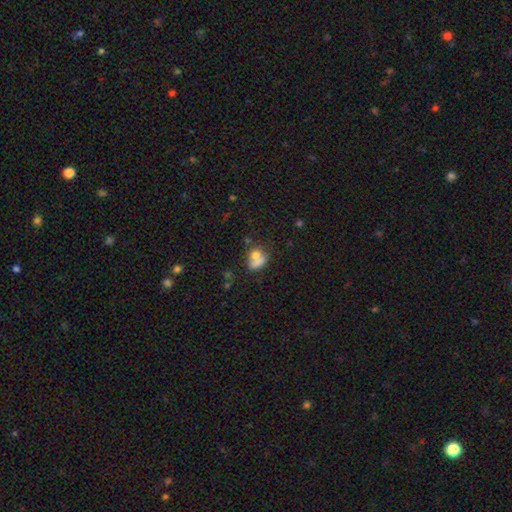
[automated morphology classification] Smooth or featured?
  - smooth: 68% *
  - featured or disk: 20%
  - star or artifact: 13%
How rounded?
  - round: 50% *
  - in between: 47%
  - cigar-shaped: 3%
Merging?
  - merger: 43% *
  - none: 33%
  - minor disturbance: 14%
  - major disturbance: 10%